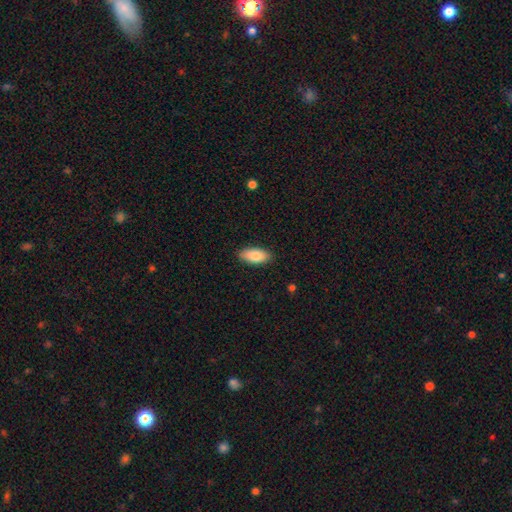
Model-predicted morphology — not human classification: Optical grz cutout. It shows a smooth galaxy with no disk features (84%) that is in between round and cigar-shaped (90%). Merging: none (88%).